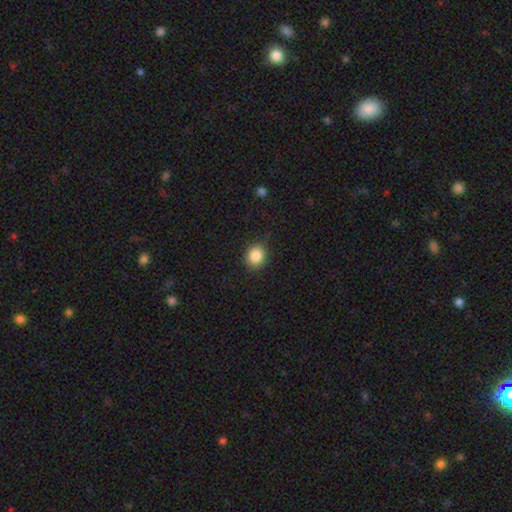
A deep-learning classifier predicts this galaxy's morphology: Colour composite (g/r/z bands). It shows a smooth galaxy with no disk features (87%) that is round (76%). Merging: none (87%).